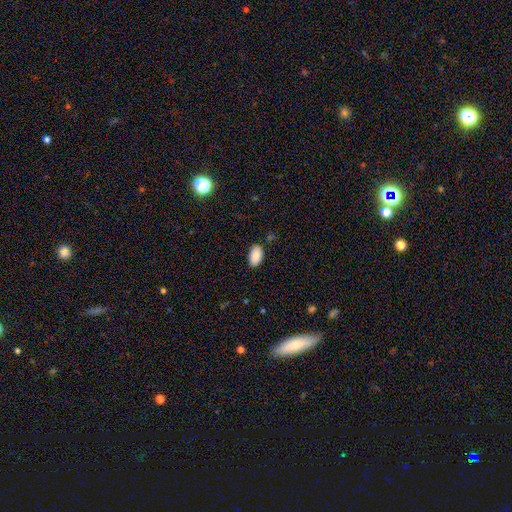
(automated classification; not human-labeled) This appears to be a smooth galaxy with no disk features (89%) that is in between round and cigar-shaped (95%). Merging: none (86%).